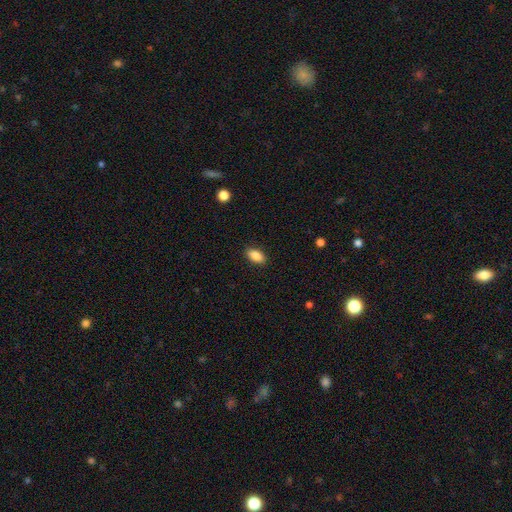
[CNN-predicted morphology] Q: Smooth or featured?
A: smooth (88%); runner-up: star or artifact (8%)
Q: How rounded?
A: in between (92%); runner-up: round (5%)
Q: Merging?
A: none (89%); runner-up: minor disturbance (8%)